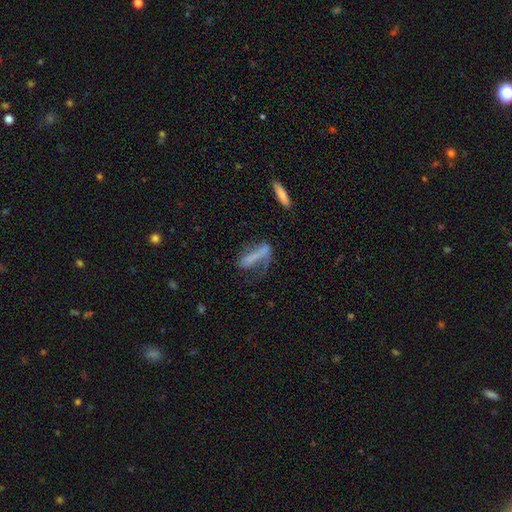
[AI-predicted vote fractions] Smooth or featured? smooth (49%)
Merging? major disturbance (41%)